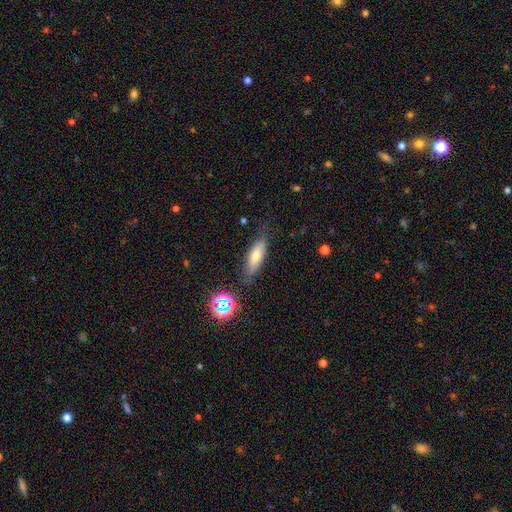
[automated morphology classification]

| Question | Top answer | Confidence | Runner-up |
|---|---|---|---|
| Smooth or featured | smooth | 66% | featured or disk (23%) |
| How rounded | in between | 52% | cigar-shaped (45%) |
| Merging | none | 76% | minor disturbance (17%) |